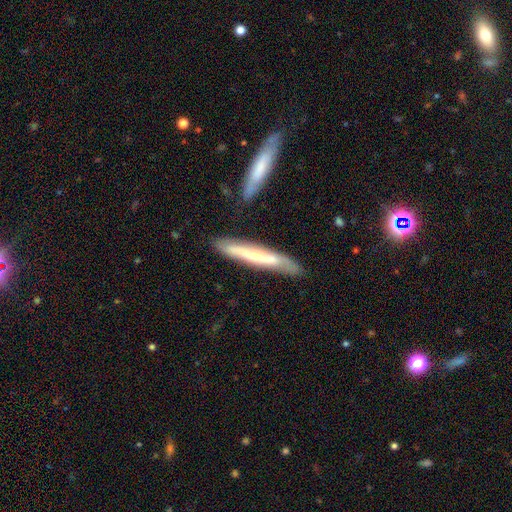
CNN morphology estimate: smooth 49%, featured or disk 45%, star or artifact 6%. Down the decision tree: merging — none (78%).